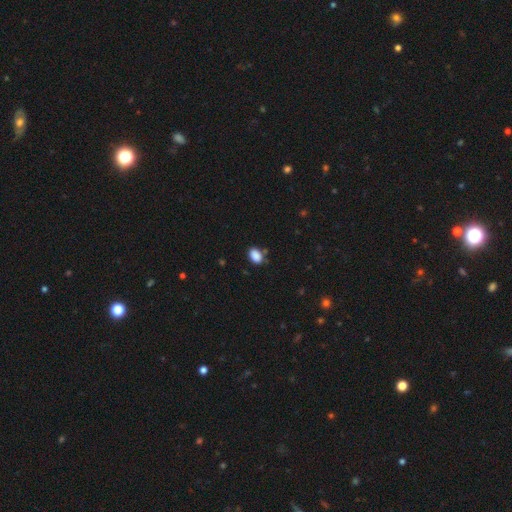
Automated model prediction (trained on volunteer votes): Morphology: type=smooth (88%); roundness=in between (82%); merging=none (74%).